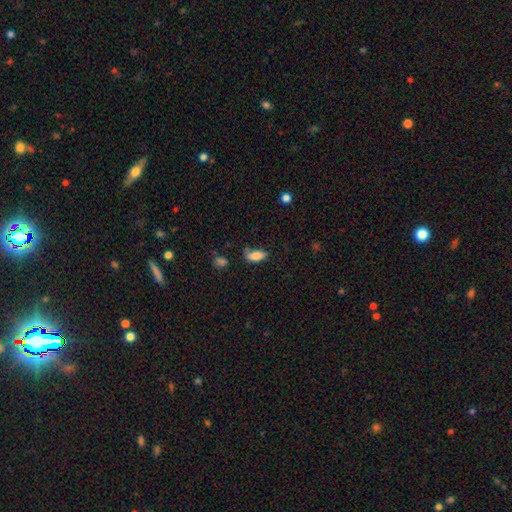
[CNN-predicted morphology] A smooth galaxy with no disk features (83%) that is in between round and cigar-shaped (82%). Merging: none (64%).